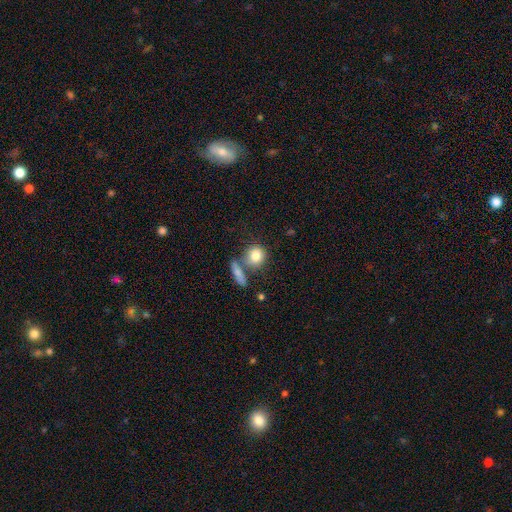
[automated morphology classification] A smooth galaxy with no disk features (81%) that is round (78%). Merging: none (57%).